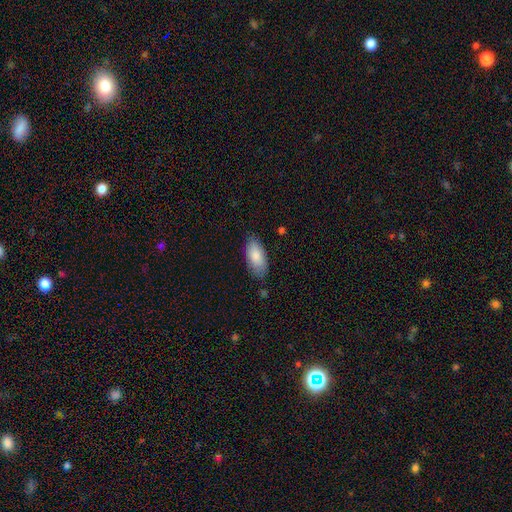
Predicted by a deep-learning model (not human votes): Morphology: type=smooth (84%); roundness=in between (90%); merging=none (79%).